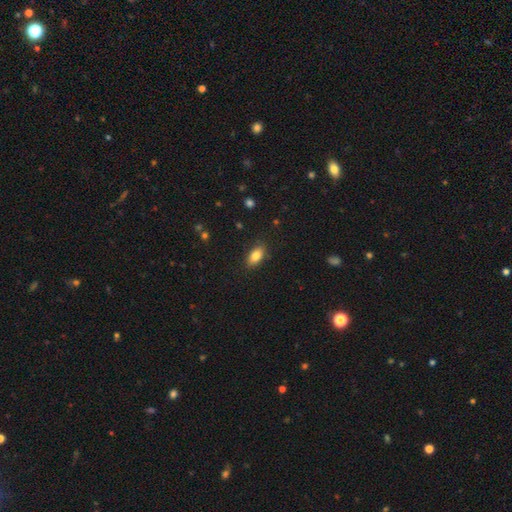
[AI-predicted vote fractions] A smooth galaxy with no disk features (84%) that is in between round and cigar-shaped (88%).

Vote fractions:
- Smooth or featured? smooth: 84% / featured or disk: 8% / star or artifact: 8%
- How rounded? in between: 88% / cigar-shaped: 6% / round: 5%
- Merging? none: 85% / minor disturbance: 11% / major disturbance: 3% / merger: 1%